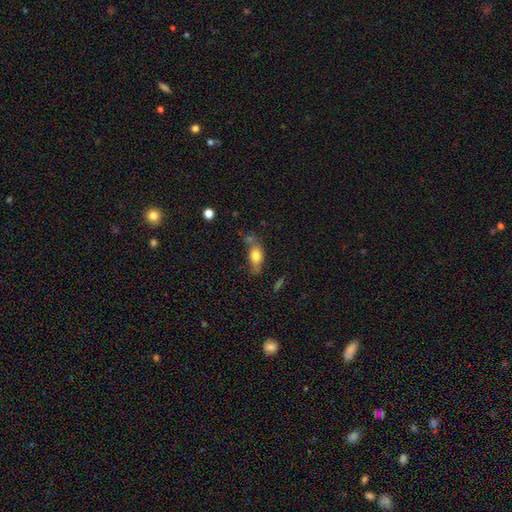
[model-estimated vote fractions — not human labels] A smooth galaxy with no disk features (72%) that is in between round and cigar-shaped (78%). Merging: none (55%).